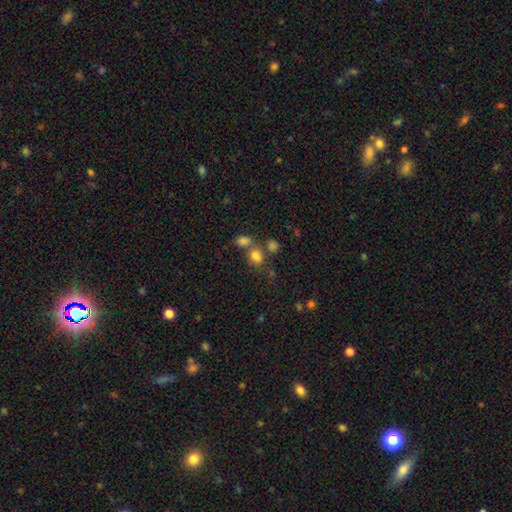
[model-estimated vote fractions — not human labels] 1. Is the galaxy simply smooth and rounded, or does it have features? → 76% smooth, 15% star or artifact, 9% featured or disk.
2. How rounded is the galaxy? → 59% in between, 39% round, 1% cigar-shaped.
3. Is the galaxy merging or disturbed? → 44% none, 38% merger, 11% minor disturbance, 6% major disturbance.